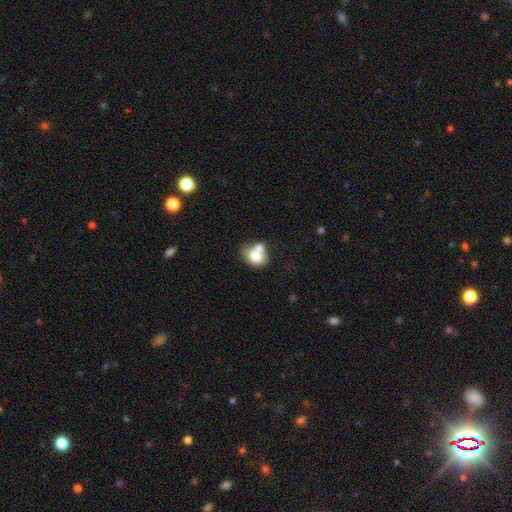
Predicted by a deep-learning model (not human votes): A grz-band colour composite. It shows a smooth galaxy with no disk features (73%) that is in between round and cigar-shaped (57%). Merging: merger (48%).